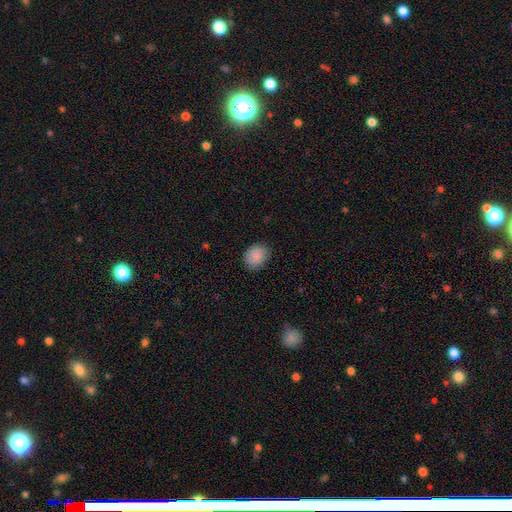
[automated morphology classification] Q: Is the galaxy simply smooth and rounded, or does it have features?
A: smooth — 88%.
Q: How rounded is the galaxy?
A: in between — 52%.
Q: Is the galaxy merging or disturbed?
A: none — 84%.